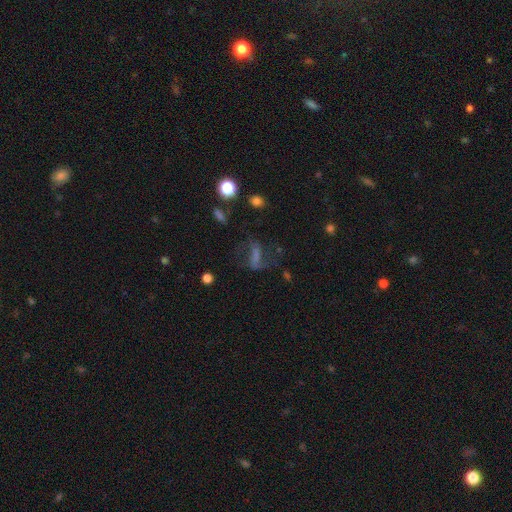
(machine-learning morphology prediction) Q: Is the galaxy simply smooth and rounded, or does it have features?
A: featured or disk — 46%.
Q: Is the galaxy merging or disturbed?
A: none — 58%.